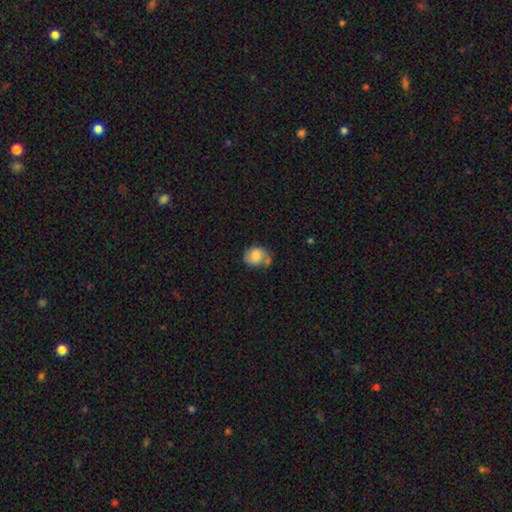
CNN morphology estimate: Smooth or featured? smooth (67%)
How rounded? round (58%)
Merging? none (48%)